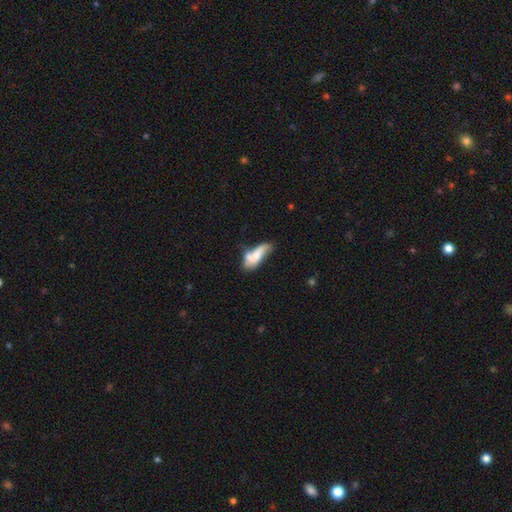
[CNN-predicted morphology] smooth_or_featured: smooth (p=0.57) [alt: featured or disk p=0.35]
how_rounded: in between (p=0.65) [alt: cigar-shaped p=0.32]
merging: none (p=0.32) [alt: minor disturbance p=0.26]